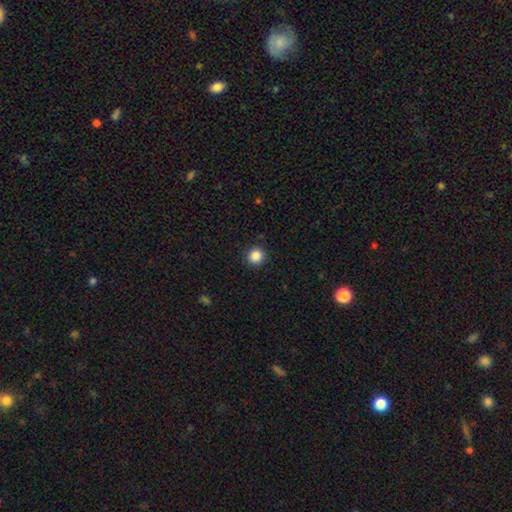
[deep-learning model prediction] Q: Smooth or featured?
A: smooth (87%); runner-up: star or artifact (10%)
Q: How rounded?
A: round (93%); runner-up: in between (6%)
Q: Merging?
A: none (92%); runner-up: minor disturbance (5%)